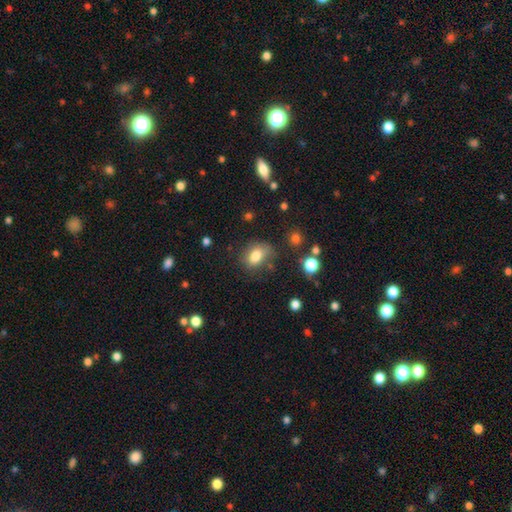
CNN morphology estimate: A smooth galaxy with no disk features (79%) that is in between round and cigar-shaped (69%).

Vote fractions:
- Smooth or featured? smooth: 79% / star or artifact: 11% / featured or disk: 10%
- How rounded? in between: 69% / round: 30% / cigar-shaped: 2%
- Merging? none: 65% / minor disturbance: 22% / major disturbance: 8% / merger: 6%